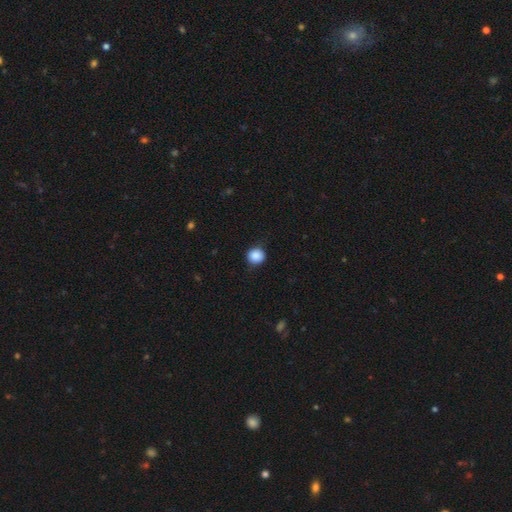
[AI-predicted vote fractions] smooth_or_featured: smooth (p=0.88) [alt: star or artifact p=0.09]
how_rounded: round (p=0.90) [alt: in between p=0.09]
merging: none (p=0.86) [alt: minor disturbance p=0.10]